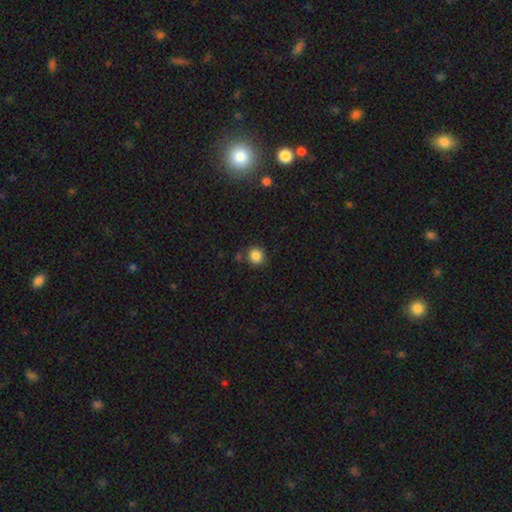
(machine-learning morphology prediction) smooth-or-featured: smooth: 86% | star or artifact: 11% | featured or disk: 3%
  how-rounded: round: 92% | in between: 7% | cigar-shaped: 1%
  merging: none: 83% | minor disturbance: 9% | merger: 5% | major disturbance: 3%